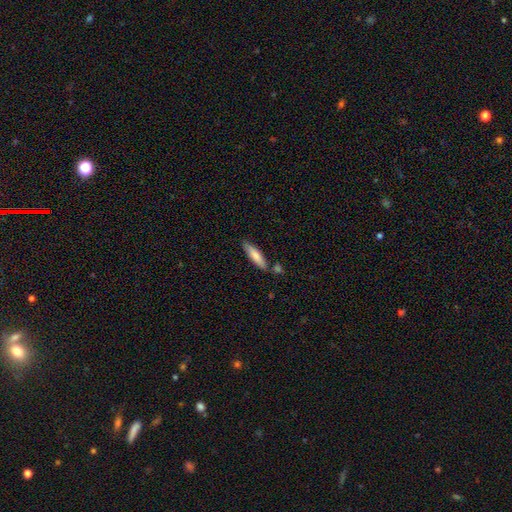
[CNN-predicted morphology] Q: Smooth or featured?
A: smooth (77%); runner-up: featured or disk (17%)
Q: How rounded?
A: cigar-shaped (74%); runner-up: in between (25%)
Q: Merging?
A: none (76%); runner-up: minor disturbance (14%)